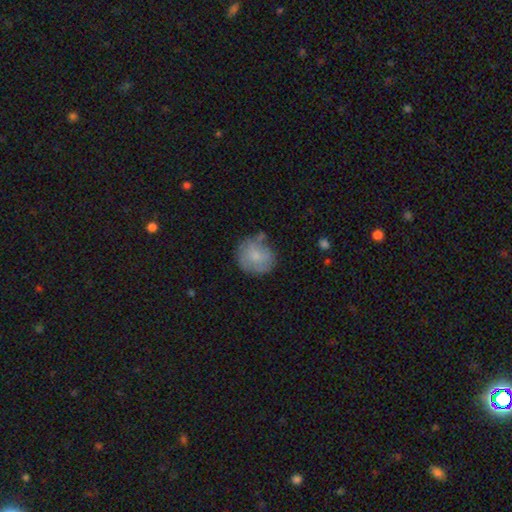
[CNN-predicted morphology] Smooth or featured?
  - smooth: 70% *
  - featured or disk: 23%
  - star or artifact: 7%
How rounded?
  - round: 84% *
  - in between: 15%
  - cigar-shaped: 1%
Merging?
  - none: 62% *
  - minor disturbance: 25%
  - major disturbance: 8%
  - merger: 5%